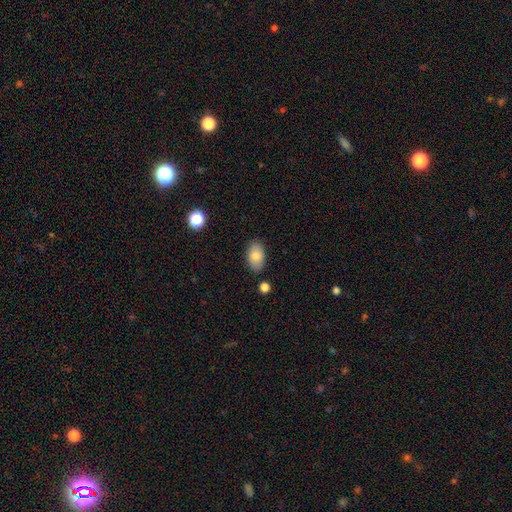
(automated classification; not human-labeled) Smooth or featured: smooth — 84% (featured or disk — 9%)
How rounded: in between — 93% (round — 6%)
Merging: none — 83% (minor disturbance — 11%)